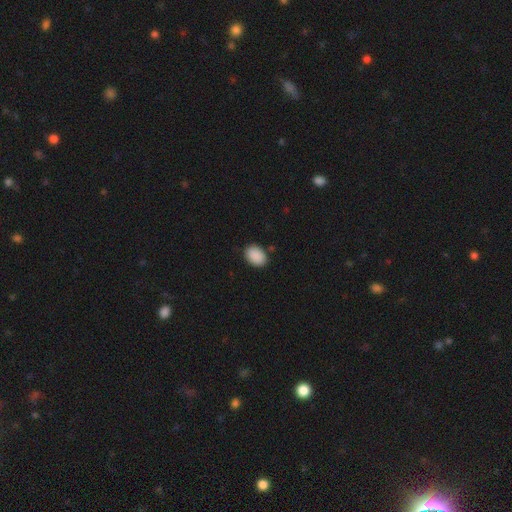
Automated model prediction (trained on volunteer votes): Overall: smooth (90%). How rounded: in between (80%). Merging: none (86%).